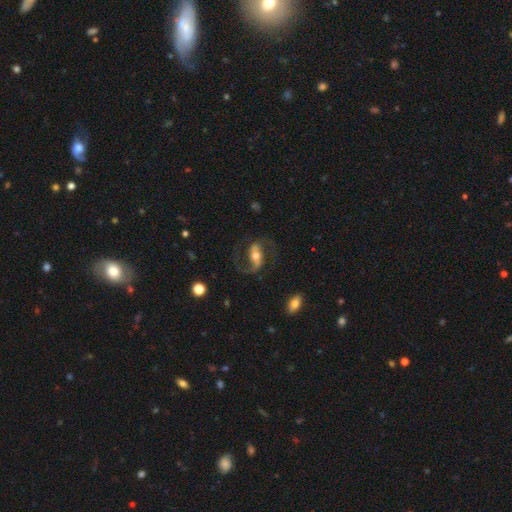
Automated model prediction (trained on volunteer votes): Overall: featured or disk (83%). Edge-on disk: no (95%). Bar: strong (46%; weak 33%). Spiral arms: yes (94%). Spiral arm count: 2 (87%). Spiral winding: loose (49%; medium 42%). Bulge size: moderate (63%; small 26%). Merging: none (69%).